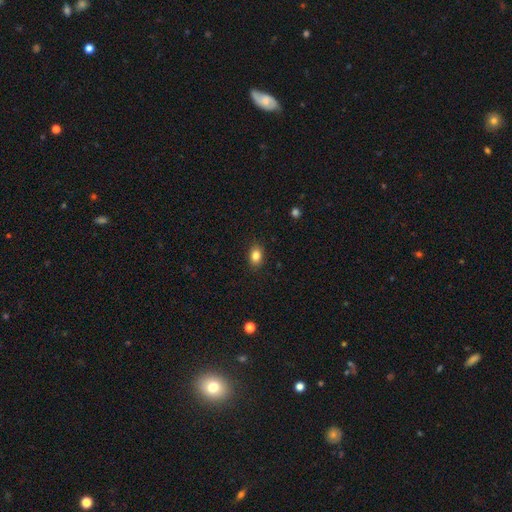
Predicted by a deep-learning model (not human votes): This is clearly a smooth galaxy (84%). How rounded: likely in between (75%). Merging: clearly none (88%).